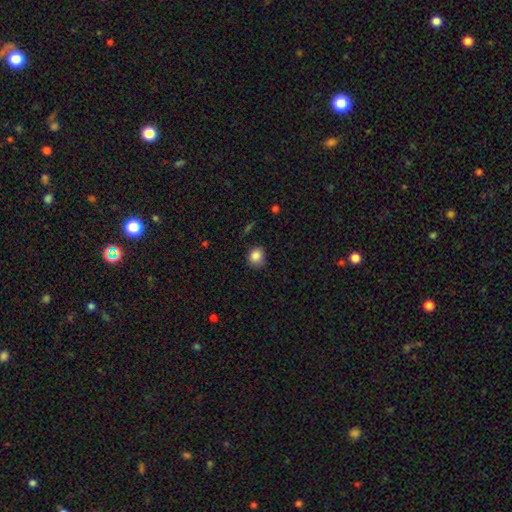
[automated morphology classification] The model was most divided on "how rounded": round: 75%, in between: 24%, cigar-shaped: 1%. More confident: smooth or featured — smooth (86%); merging — none (77%).